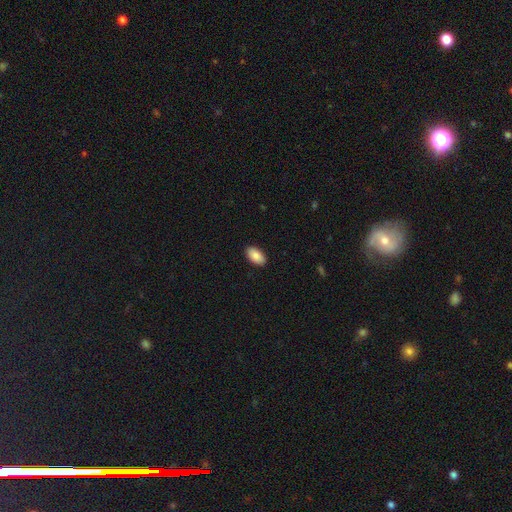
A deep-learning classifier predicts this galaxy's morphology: Q: Smooth or featured?
A: smooth (87%); runner-up: star or artifact (7%)
Q: How rounded?
A: in between (95%); runner-up: round (3%)
Q: Merging?
A: none (90%); runner-up: minor disturbance (7%)